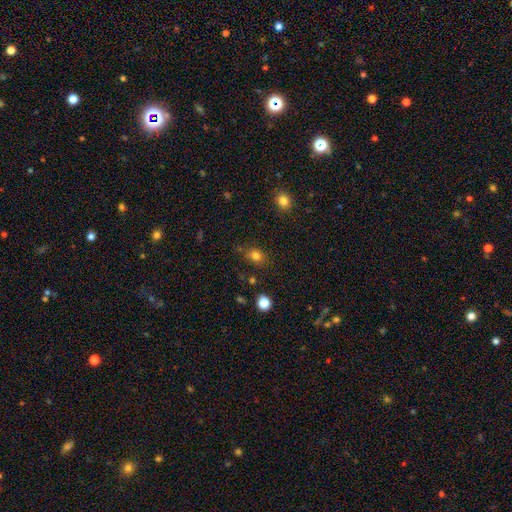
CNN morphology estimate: The model was most divided on "how rounded": round: 50%, in between: 49%, cigar-shaped: 1%. More confident: smooth or featured — smooth (79%); merging — none (75%).